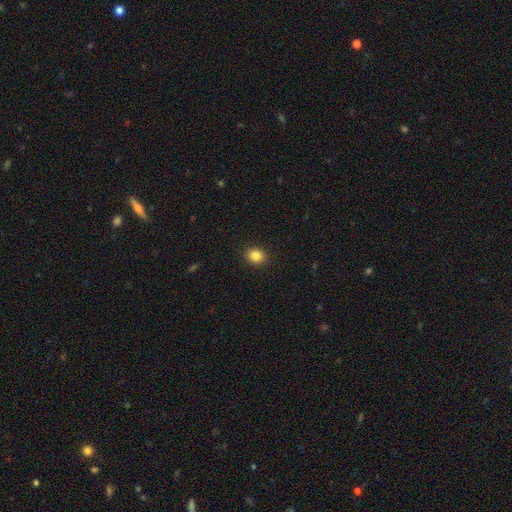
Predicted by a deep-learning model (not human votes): The model was most divided on "how rounded": round: 59%, in between: 40%, cigar-shaped: 1%. More confident: merging — none (91%); smooth or featured — smooth (85%).